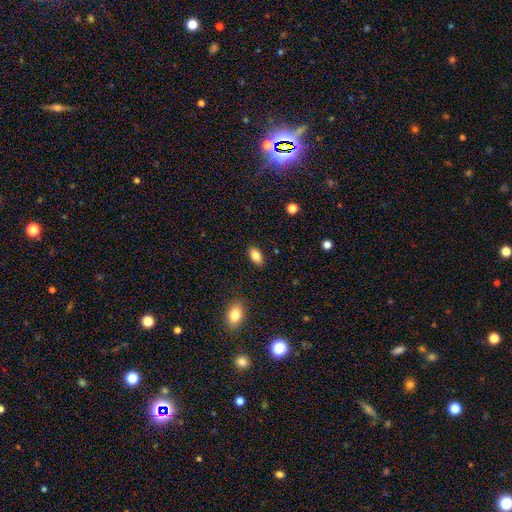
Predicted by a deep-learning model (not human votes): This appears to be a smooth galaxy with no disk features (84%) that is in between round and cigar-shaped (92%). Merging: none (88%).